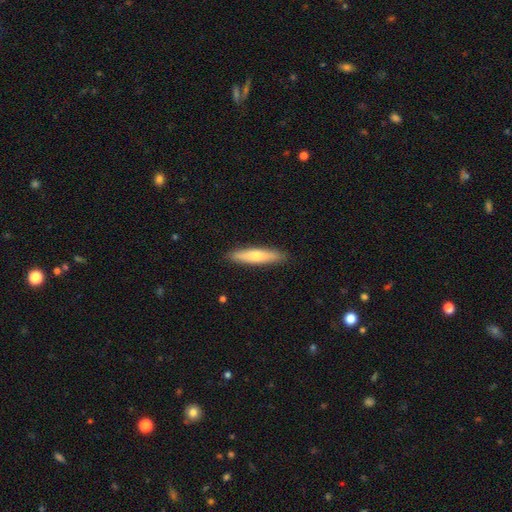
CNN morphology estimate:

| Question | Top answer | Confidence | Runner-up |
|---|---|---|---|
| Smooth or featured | smooth | 67% | featured or disk (28%) |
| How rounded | cigar-shaped | 84% | in between (14%) |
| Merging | none | 90% | minor disturbance (8%) |